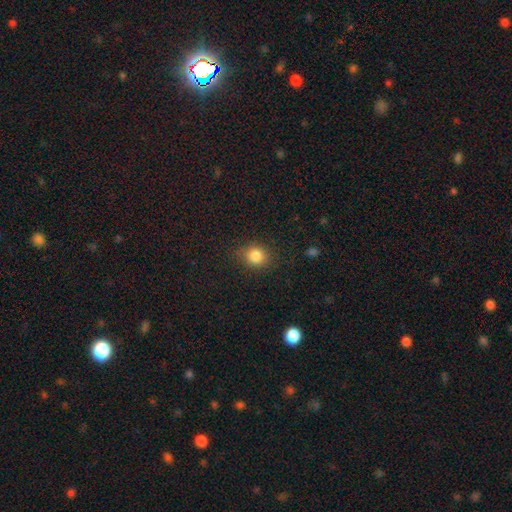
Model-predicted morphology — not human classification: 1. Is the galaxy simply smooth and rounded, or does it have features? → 84% smooth, 11% star or artifact, 5% featured or disk.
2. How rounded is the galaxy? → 75% round, 24% in between, 1% cigar-shaped.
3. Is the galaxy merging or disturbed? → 83% none, 12% minor disturbance, 4% major disturbance, 1% merger.